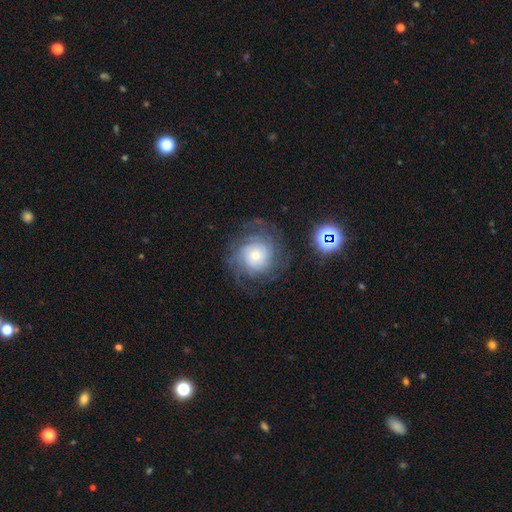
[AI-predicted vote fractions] This appears to be a featured or disk galaxy (70%) with no bar (80%), tight (64%) spiral arms (92%) and a moderate central bulge (40%). Merging: none (72%).